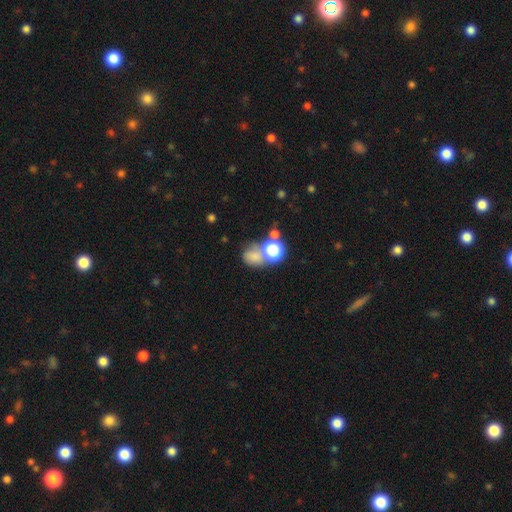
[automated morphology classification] smooth_or_featured: smooth (p=0.67) [alt: star or artifact p=0.22]
how_rounded: round (p=0.59) [alt: in between p=0.40]
merging: none (p=0.39) [alt: merger p=0.38]